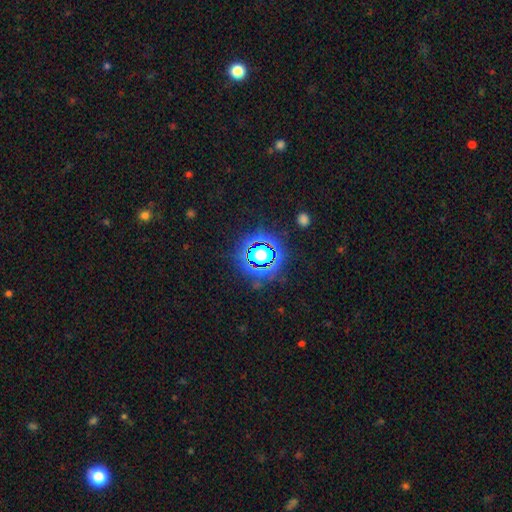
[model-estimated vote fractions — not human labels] Smooth or featured: star or artifact — 80% (smooth — 12%)